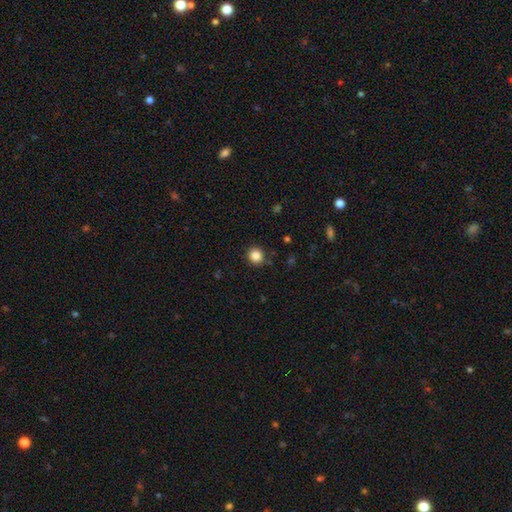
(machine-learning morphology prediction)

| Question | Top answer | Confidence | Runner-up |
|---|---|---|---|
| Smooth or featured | smooth | 85% | star or artifact (11%) |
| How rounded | round | 88% | in between (11%) |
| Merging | none | 89% | minor disturbance (7%) |